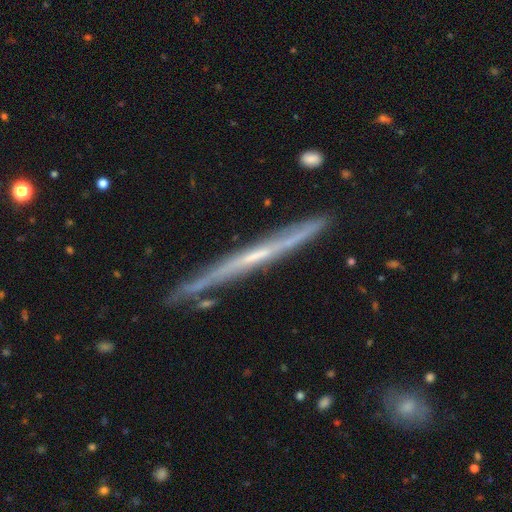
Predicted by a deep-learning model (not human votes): A featured or disk galaxy (74%) viewed edge-on (97%) with no central bulge (66%). Merging: none (86%).